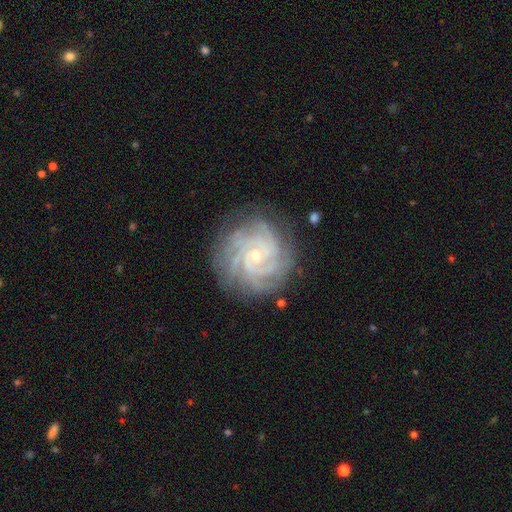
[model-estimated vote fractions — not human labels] This is clearly a featured or disk galaxy (88%). It is clearly not viewed edge-on (98%). Bar: likely no (72%). Spiral arm pattern: clearly yes (98%). Spiral arm count: marginally 4 (32%). Spiral winding: likely tight (79%). Central bulge: clearly small (81%). Merging: clearly none (82%).